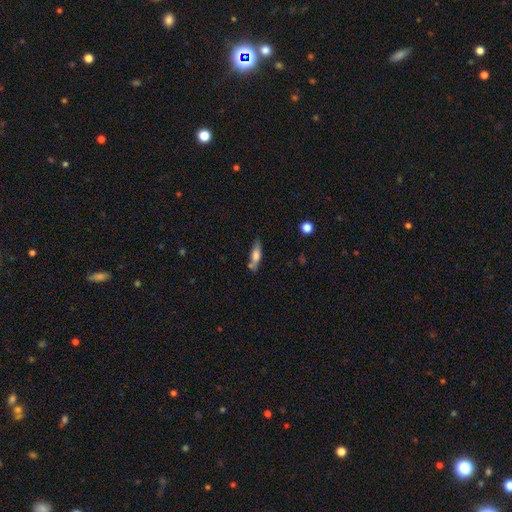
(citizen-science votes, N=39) A smooth galaxy with no disk features (54%) that is cigar-shaped (57%). Merging: none (73%).